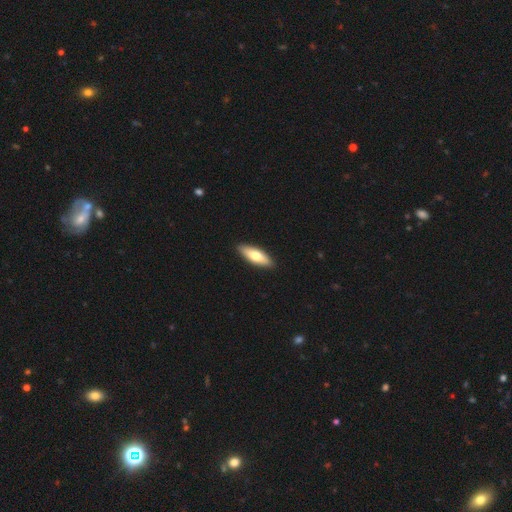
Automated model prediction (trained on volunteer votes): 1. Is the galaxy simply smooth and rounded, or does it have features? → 69% smooth, 26% featured or disk, 5% star or artifact.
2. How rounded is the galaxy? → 57% in between, 41% cigar-shaped, 2% round.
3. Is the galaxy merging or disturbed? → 91% none, 7% minor disturbance, 1% major disturbance, 1% merger.